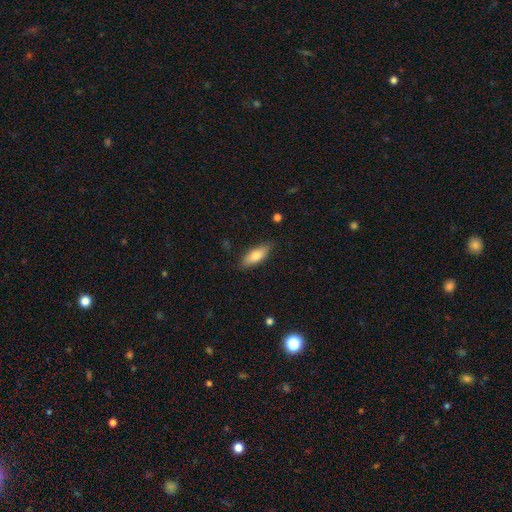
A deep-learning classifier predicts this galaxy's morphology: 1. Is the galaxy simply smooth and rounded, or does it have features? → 75% smooth, 19% featured or disk, 6% star or artifact.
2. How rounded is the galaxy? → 69% in between, 29% cigar-shaped, 2% round.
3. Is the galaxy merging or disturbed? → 85% none, 12% minor disturbance, 2% major disturbance, 1% merger.